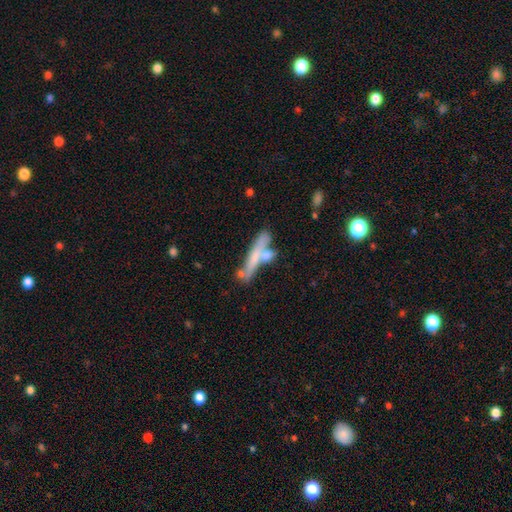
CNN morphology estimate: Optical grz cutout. It shows a smooth galaxy with no disk features (48%). Merging: none (49%).